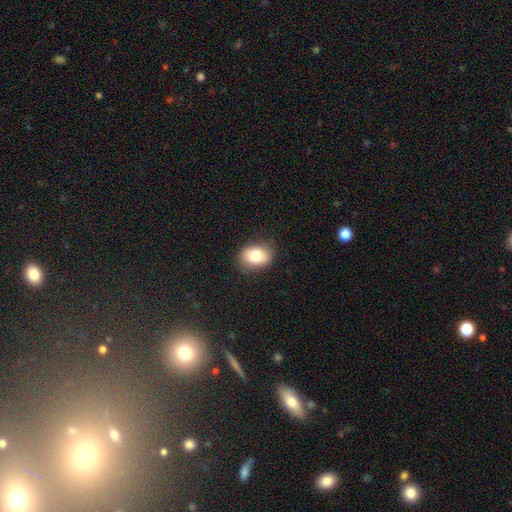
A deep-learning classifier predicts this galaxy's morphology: A smooth galaxy with no disk features (82%) that is in between round and cigar-shaped (68%). Merging: none (84%).